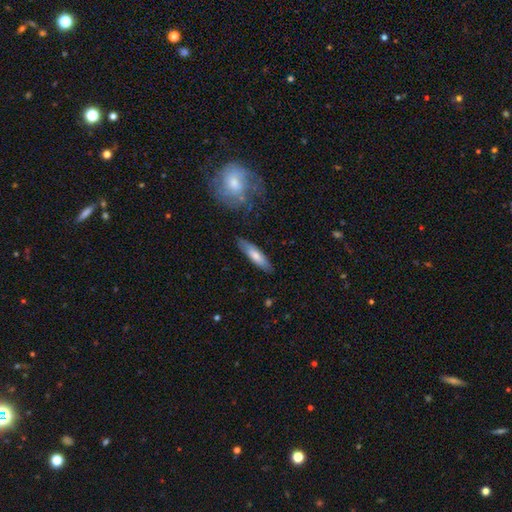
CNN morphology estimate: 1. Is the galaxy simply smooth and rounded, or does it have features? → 70% smooth, 25% featured or disk, 6% star or artifact.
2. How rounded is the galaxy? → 71% cigar-shaped, 27% in between, 2% round.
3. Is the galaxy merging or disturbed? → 85% none, 11% minor disturbance, 2% major disturbance, 2% merger.